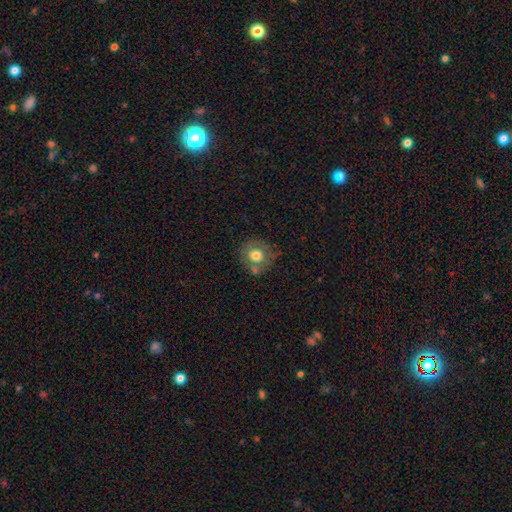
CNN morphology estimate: smooth_or_featured: smooth (p=0.69) [alt: featured or disk p=0.22]
how_rounded: round (p=0.85) [alt: in between p=0.14]
merging: none (p=0.60) [alt: minor disturbance p=0.18]